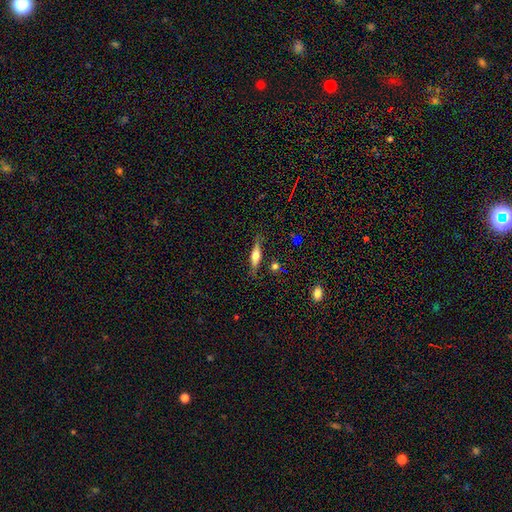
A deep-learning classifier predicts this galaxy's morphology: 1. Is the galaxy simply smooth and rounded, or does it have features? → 48% featured or disk, 45% smooth, 7% star or artifact.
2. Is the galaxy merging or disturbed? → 80% none, 13% minor disturbance, 3% major disturbance, 3% merger.